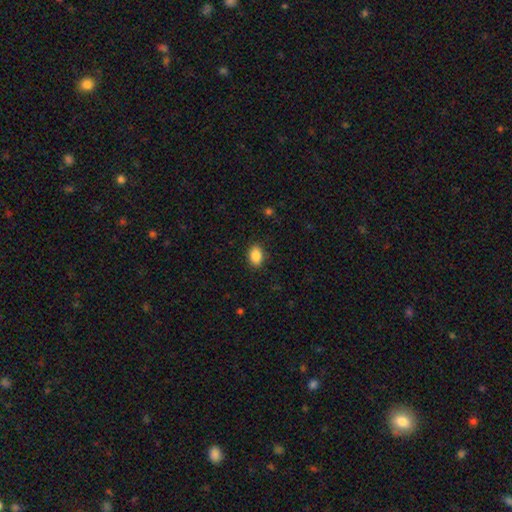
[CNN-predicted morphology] Smooth or featured: smooth — 88% (star or artifact — 8%)
How rounded: in between — 79% (round — 20%)
Merging: none — 88% (minor disturbance — 9%)